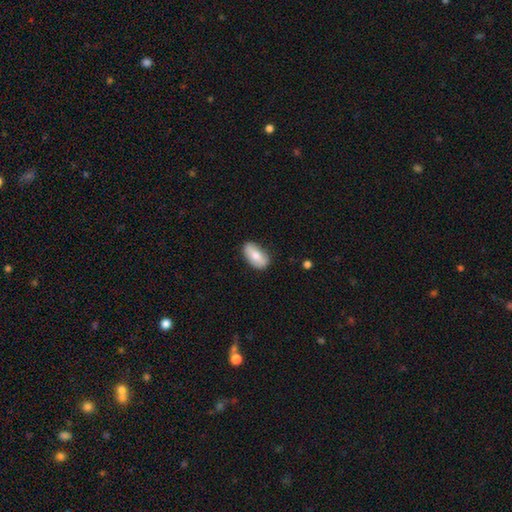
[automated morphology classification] Smooth or featured? Predicted: smooth (p=0.73). How rounded? Predicted: in between (p=0.92). Merging? Predicted: none (p=0.80).